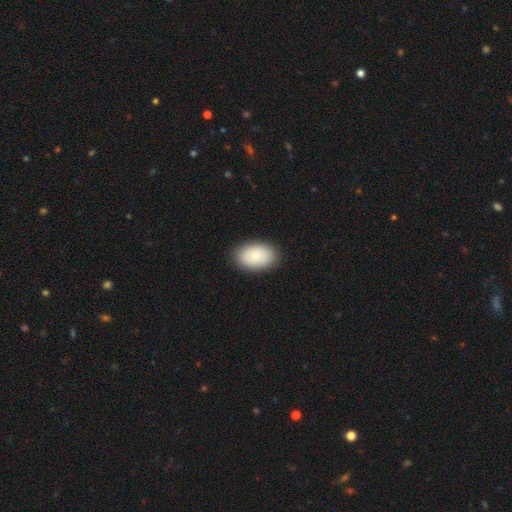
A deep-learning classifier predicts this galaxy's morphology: smooth 79%, featured or disk 15%, star or artifact 6%. Down the decision tree: how rounded — in between (87%); merging — none (87%).